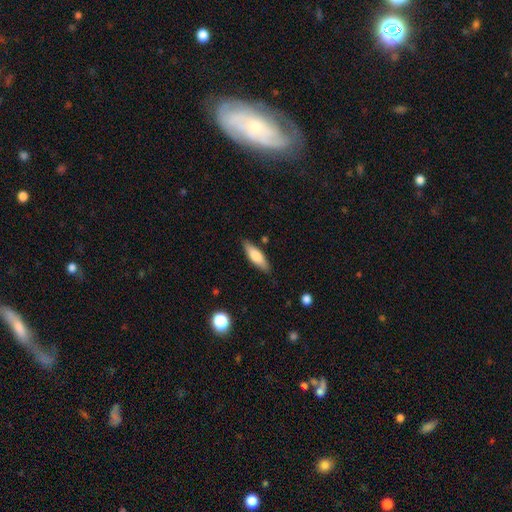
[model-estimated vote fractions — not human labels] The model was most divided on "how rounded": cigar-shaped: 50%, in between: 48%, round: 2%. More confident: merging — none (84%); smooth or featured — smooth (71%).